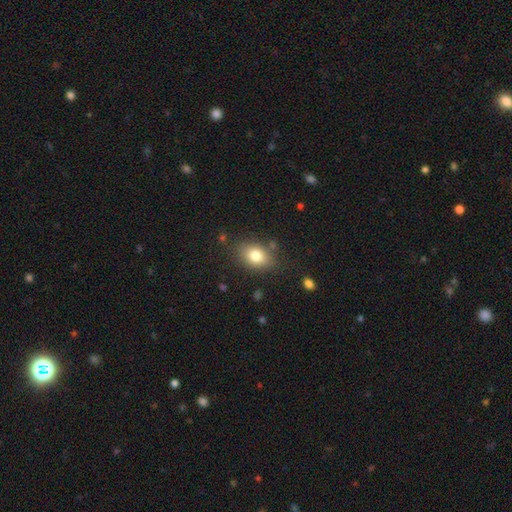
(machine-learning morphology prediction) The model was most divided on "how rounded": in between: 75%, round: 23%, cigar-shaped: 2%. More confident: smooth or featured — smooth (79%); merging — none (79%).